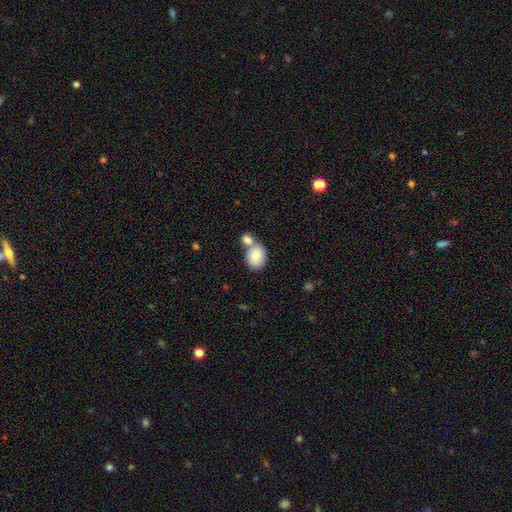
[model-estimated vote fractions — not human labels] This appears to be a smooth galaxy with no disk features (79%) that is in between round and cigar-shaped (63%). Merging: merger (44%).